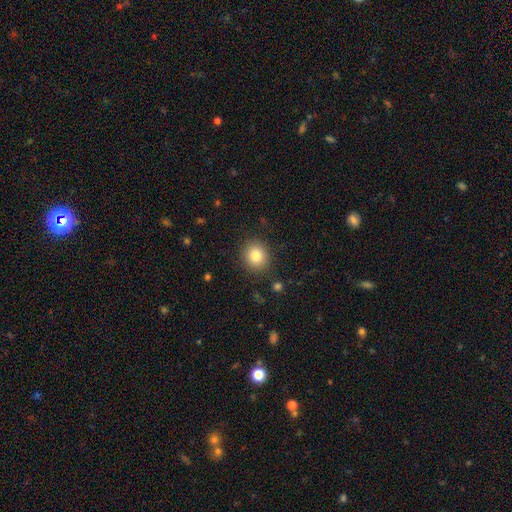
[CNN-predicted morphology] smooth 82%, star or artifact 10%, featured or disk 8%. Down the decision tree: how rounded — round (82%); merging — none (88%).